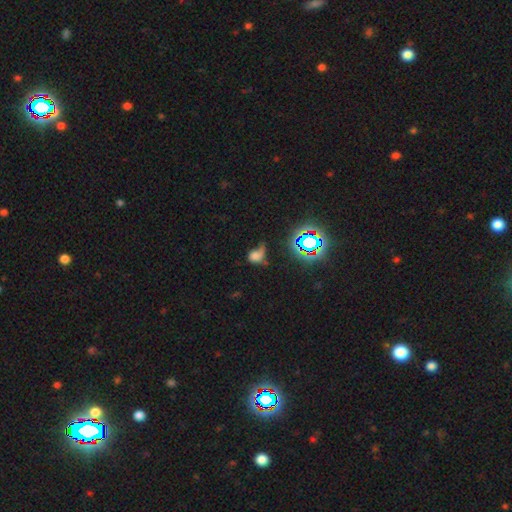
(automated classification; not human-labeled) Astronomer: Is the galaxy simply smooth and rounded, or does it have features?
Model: smooth — 56%.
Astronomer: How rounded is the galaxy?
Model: round — 51% (runner-up: in between, 47%).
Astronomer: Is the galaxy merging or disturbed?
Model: major disturbance — 38% (runner-up: minor disturbance, 27%).